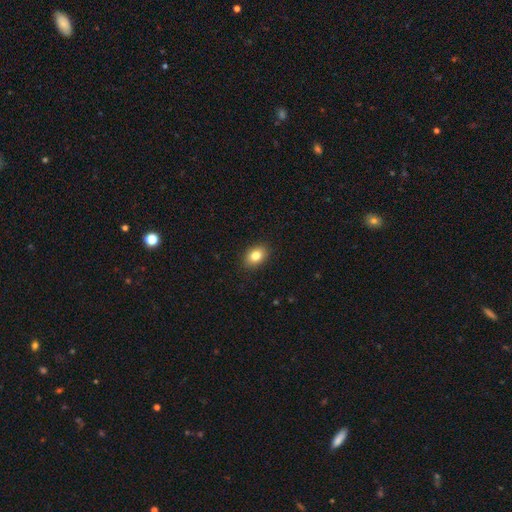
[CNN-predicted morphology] Smooth or featured? smooth (82%)
How rounded? in between (76%)
Merging? none (89%)